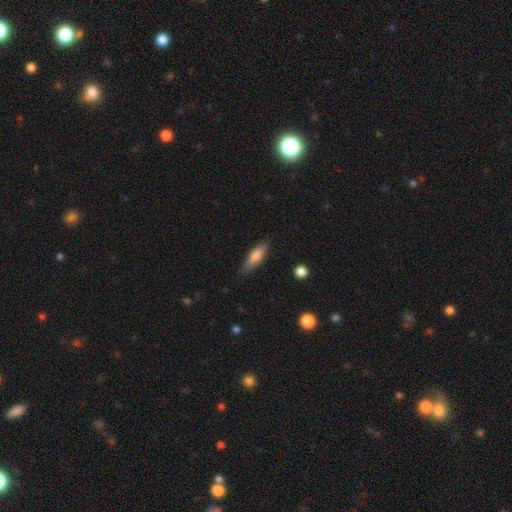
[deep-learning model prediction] smooth-or-featured: smooth: 78% | featured or disk: 15% | star or artifact: 6%
  how-rounded: in between: 51% | cigar-shaped: 47% | round: 2%
  merging: none: 80% | minor disturbance: 16% | major disturbance: 3% | merger: 1%